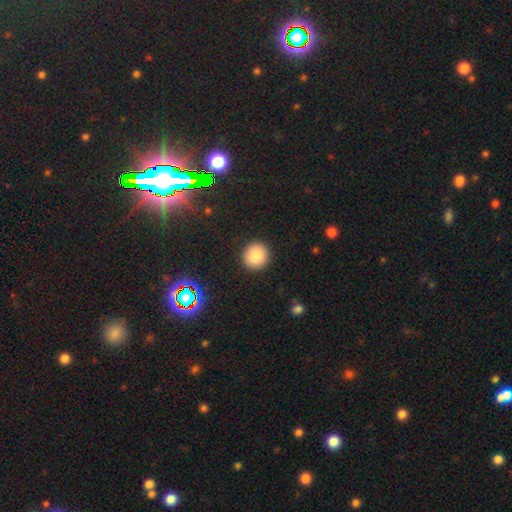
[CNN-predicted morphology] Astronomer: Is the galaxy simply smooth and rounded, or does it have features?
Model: smooth — 86%.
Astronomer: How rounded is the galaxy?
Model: round — 94%.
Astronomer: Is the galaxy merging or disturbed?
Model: none — 92%.